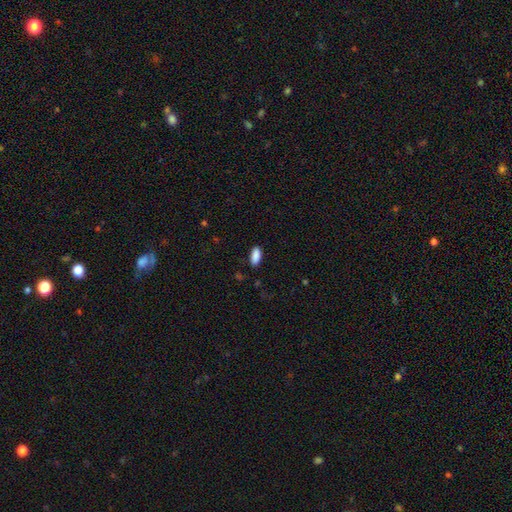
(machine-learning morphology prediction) Smooth or featured?
  - smooth: 89% *
  - star or artifact: 7%
  - featured or disk: 3%
How rounded?
  - in between: 83% *
  - cigar-shaped: 15%
  - round: 2%
Merging?
  - none: 86% *
  - minor disturbance: 10%
  - major disturbance: 2%
  - merger: 1%